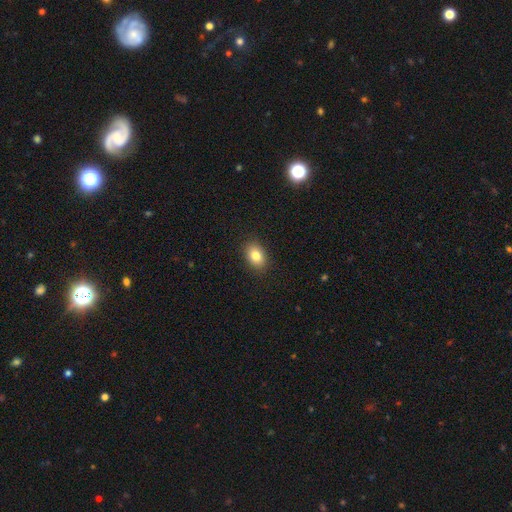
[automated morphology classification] A smooth galaxy with no disk features (82%) that is in between round and cigar-shaped (78%). Merging: none (89%).